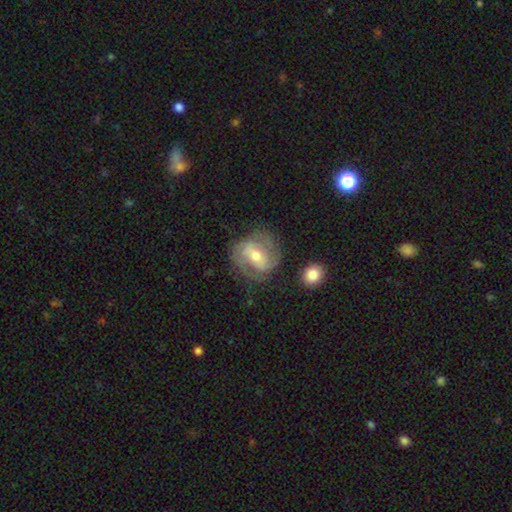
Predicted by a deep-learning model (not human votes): smooth-or-featured: featured or disk: 77% | smooth: 17% | star or artifact: 6%
  disk-edge-on: no: 97% | yes: 3%
    bar: weak: 45% | strong: 28% | no: 26%
    has-spiral-arms: yes: 90% | no: 10%
      spiral-winding: medium: 45% | tight: 39% | loose: 16%
      spiral-arm-count: 2: 66% | can't tell: 15% | 3: 11% | 1: 4% | 4: 2% | more than 4: 2%
    bulge-size: moderate: 63% | small: 32% | large: 3% | none: 1% | dominant: 1%
  merging: none: 69% | minor disturbance: 19% | major disturbance: 10% | merger: 2%